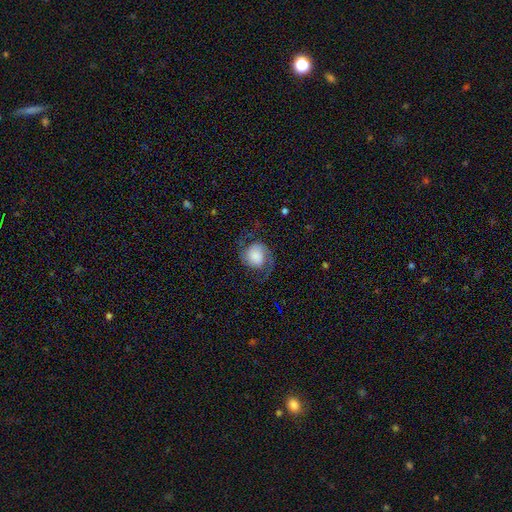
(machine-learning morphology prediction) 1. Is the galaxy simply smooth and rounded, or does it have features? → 74% featured or disk, 18% smooth, 8% star or artifact.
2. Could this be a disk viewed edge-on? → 98% no, 2% yes.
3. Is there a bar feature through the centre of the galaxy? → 73% no, 21% weak, 6% strong.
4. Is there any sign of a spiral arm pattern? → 96% yes, 4% no.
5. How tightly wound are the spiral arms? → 43% medium (tied), 43% loose (tied), 14% tight.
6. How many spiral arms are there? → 93% 2, 2% 1, 2% can't tell, 1% 3, 1% 4, 1% more than 4.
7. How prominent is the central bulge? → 34% large, 25% dominant, 17% none, 12% moderate, 11% small.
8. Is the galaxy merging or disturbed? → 73% none, 15% minor disturbance, 11% major disturbance, 1% merger.